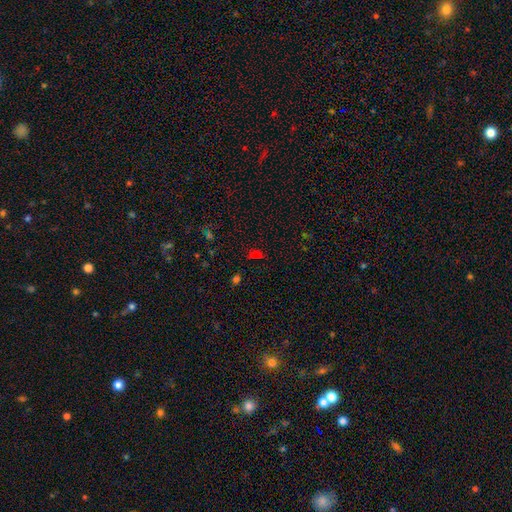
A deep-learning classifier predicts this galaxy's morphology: Smooth or featured? Predicted: smooth (p=0.51). How rounded? Predicted: in between (p=0.70). Merging? Predicted: none (p=0.71).